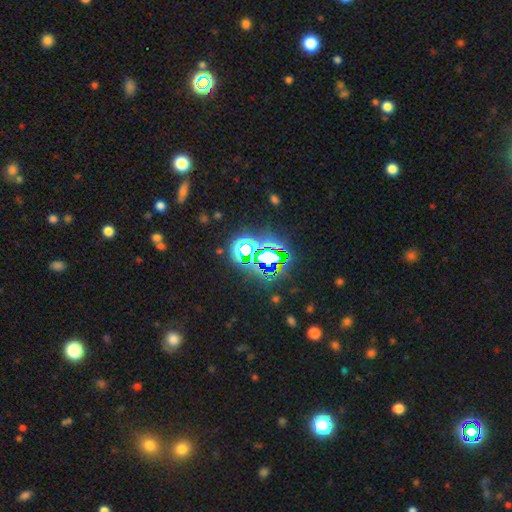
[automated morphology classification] The model was most divided on "smooth or featured": star or artifact: 77%, smooth: 13%, featured or disk: 10%.